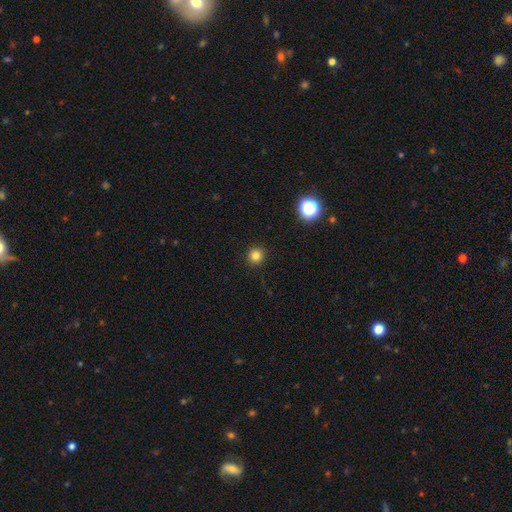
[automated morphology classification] This is clearly a smooth galaxy (82%). How rounded: clearly round (96%). Merging: clearly none (93%).